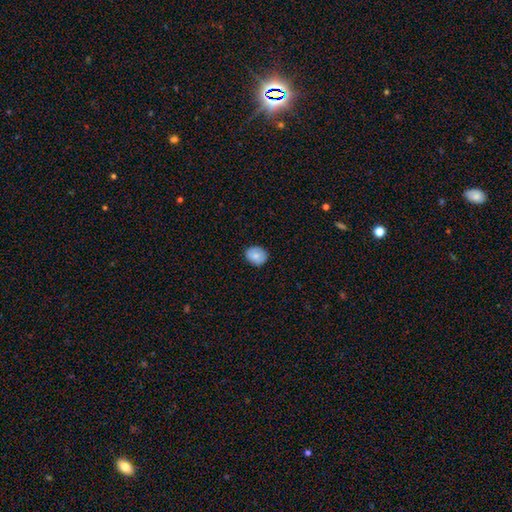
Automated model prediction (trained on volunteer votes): Smooth or featured?
  - smooth: 80% *
  - featured or disk: 12%
  - star or artifact: 8%
How rounded?
  - round: 57% *
  - in between: 42%
  - cigar-shaped: 1%
Merging?
  - none: 83% *
  - minor disturbance: 13%
  - major disturbance: 2%
  - merger: 1%